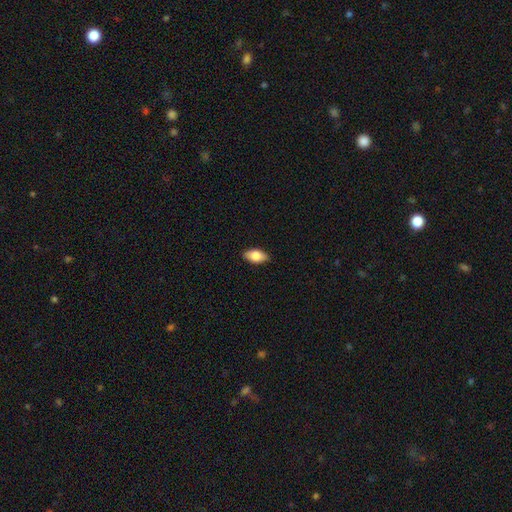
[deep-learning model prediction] The model was most divided on "smooth or featured": smooth: 81%, featured or disk: 13%, star or artifact: 7%. More confident: how rounded — in between (91%); merging — none (88%).